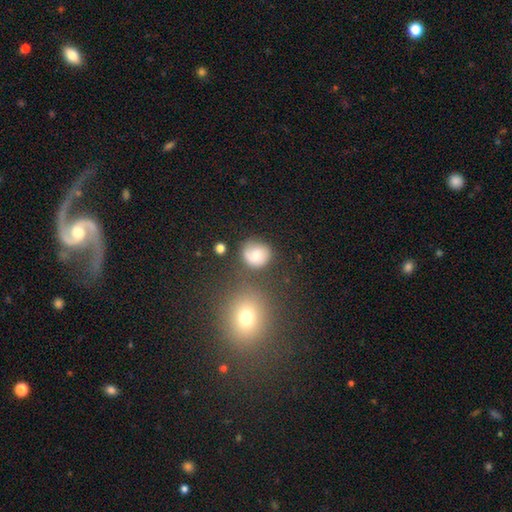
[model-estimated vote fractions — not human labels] Smooth or featured? smooth (73%)
How rounded? round (76%)
Merging? none (62%)